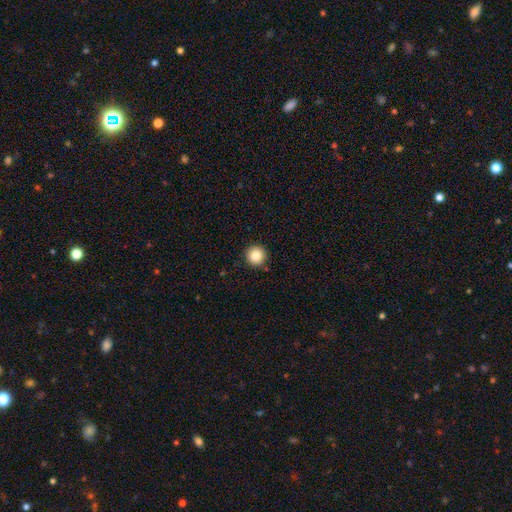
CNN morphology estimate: smooth_or_featured: smooth (p=0.85) [alt: star or artifact p=0.10]
how_rounded: round (p=0.96) [alt: in between p=0.03]
merging: none (p=0.90) [alt: minor disturbance p=0.06]